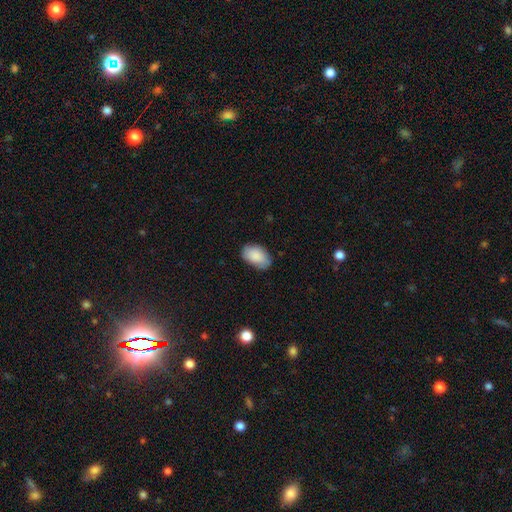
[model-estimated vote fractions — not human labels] Smooth or featured: smooth — 87% (featured or disk — 7%)
How rounded: in between — 92% (round — 7%)
Merging: none — 77% (minor disturbance — 19%)